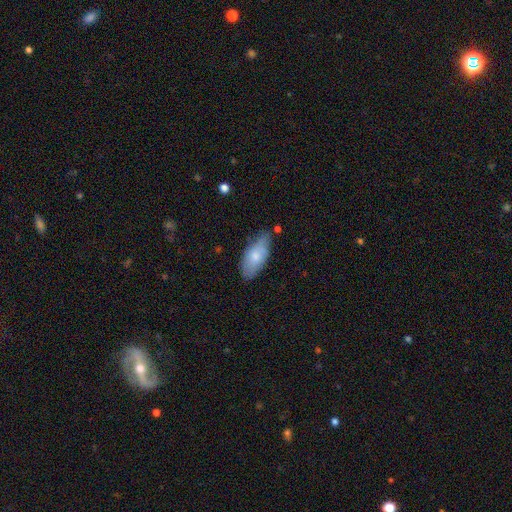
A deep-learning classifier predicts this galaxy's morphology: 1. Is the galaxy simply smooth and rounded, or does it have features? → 71% smooth, 23% featured or disk, 6% star or artifact.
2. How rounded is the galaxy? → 87% in between, 10% cigar-shaped, 2% round.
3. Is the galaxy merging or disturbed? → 63% none, 28% minor disturbance, 5% major disturbance, 3% merger.